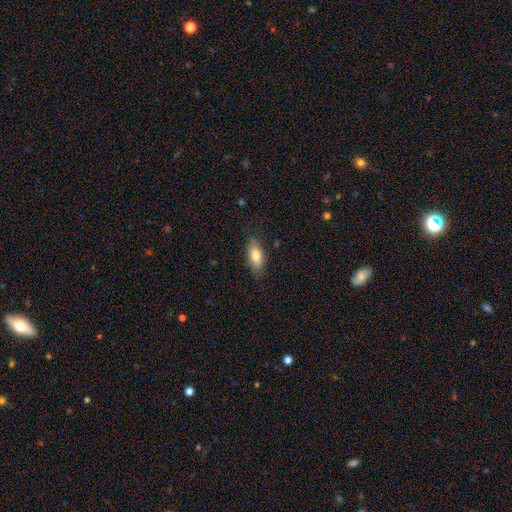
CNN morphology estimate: This is likely a smooth galaxy (78%). How rounded: clearly in between (84%). Merging: clearly none (81%).